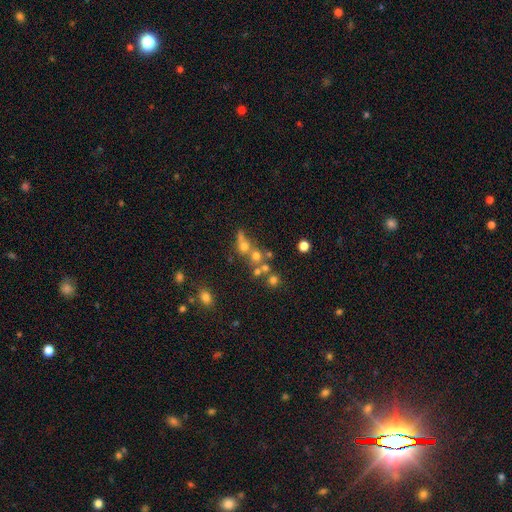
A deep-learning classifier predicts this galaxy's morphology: This appears to be a smooth galaxy with no disk features (41%). Merging: merger (43%).